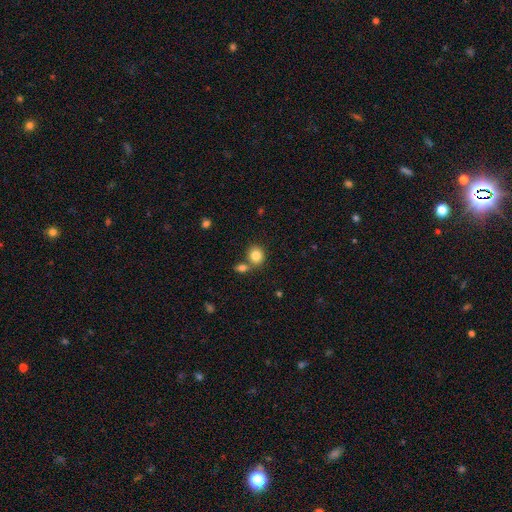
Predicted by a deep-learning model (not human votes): smooth-or-featured: smooth: 83% | star or artifact: 10% | featured or disk: 7%
  how-rounded: round: 75% | in between: 24% | cigar-shaped: 1%
  merging: none: 59% | merger: 29% | minor disturbance: 9% | major disturbance: 3%